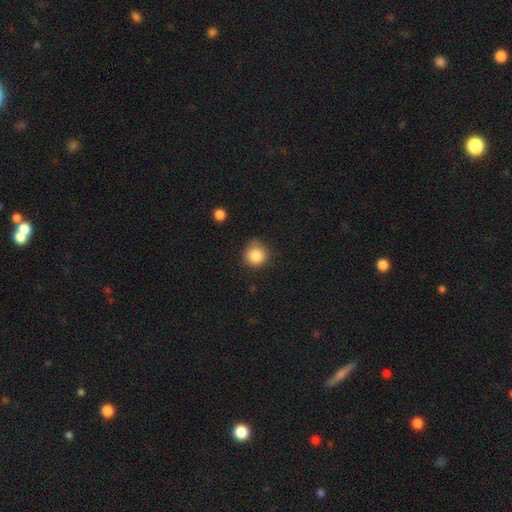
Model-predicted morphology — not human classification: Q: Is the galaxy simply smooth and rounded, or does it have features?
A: smooth — 84%.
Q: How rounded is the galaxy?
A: round — 92%.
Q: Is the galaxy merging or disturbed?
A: none — 78%.